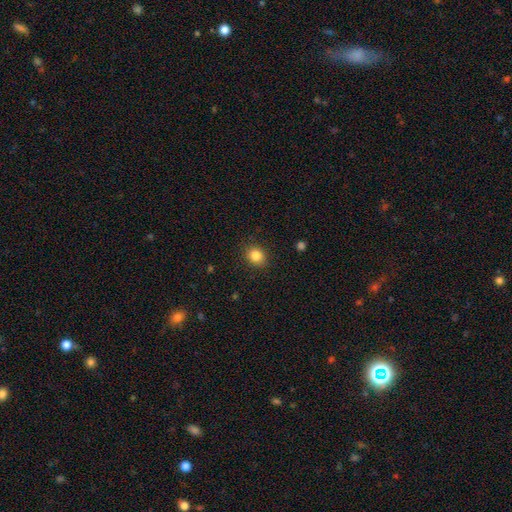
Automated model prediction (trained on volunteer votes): Q: Smooth or featured?
A: smooth (85%); runner-up: star or artifact (10%)
Q: How rounded?
A: round (67%); runner-up: in between (33%)
Q: Merging?
A: none (89%); runner-up: minor disturbance (8%)